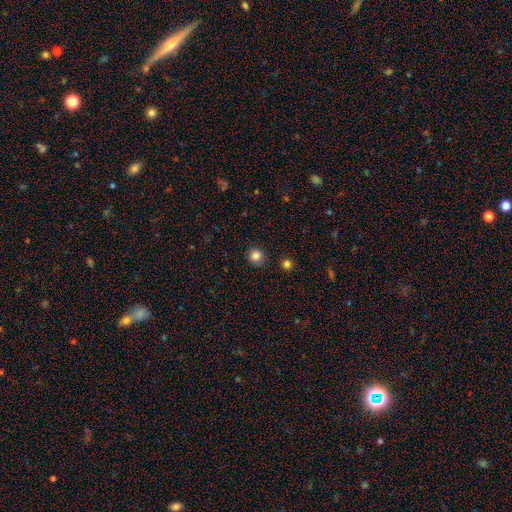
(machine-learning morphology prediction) smooth_or_featured: smooth (p=0.85) [alt: star or artifact p=0.12]
how_rounded: round (p=0.91) [alt: in between p=0.08]
merging: none (p=0.89) [alt: minor disturbance p=0.07]